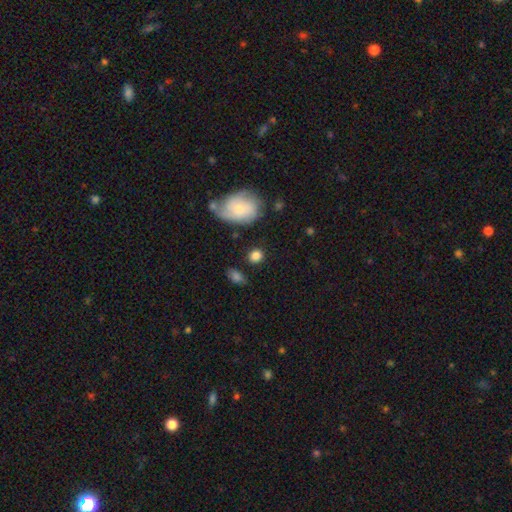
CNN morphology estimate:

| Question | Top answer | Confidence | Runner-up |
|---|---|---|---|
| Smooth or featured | smooth | 80% | featured or disk (11%) |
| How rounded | round | 75% | in between (23%) |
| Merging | none | 76% | minor disturbance (14%) |